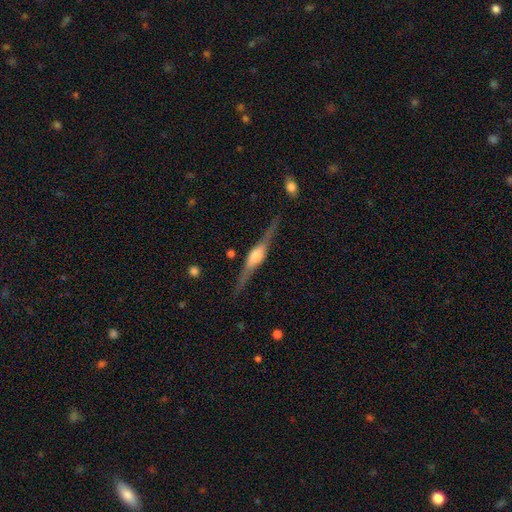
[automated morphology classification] Overall: featured or disk (83%). Edge-on disk: yes (97%). Edge-on bulge: rounded (84%). Merging: none (86%).